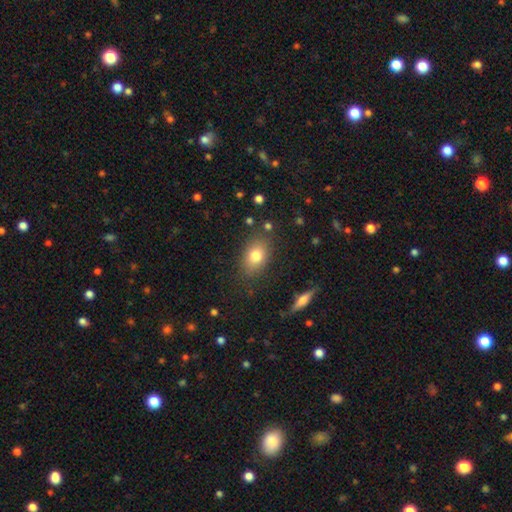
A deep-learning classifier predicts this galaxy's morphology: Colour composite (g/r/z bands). It shows a smooth galaxy with no disk features (77%) that is in between round and cigar-shaped (77%). Merging: none (81%).